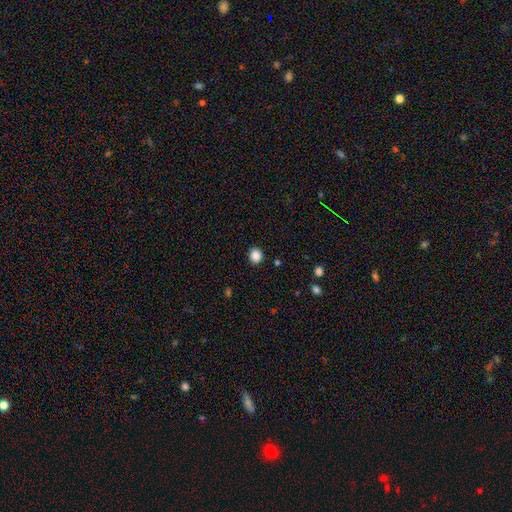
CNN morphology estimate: smooth-or-featured: smooth: 87% | star or artifact: 10% | featured or disk: 3%
  how-rounded: round: 85% | in between: 15% | cigar-shaped: 1%
  merging: none: 91% | minor disturbance: 6% | major disturbance: 2% | merger: 1%